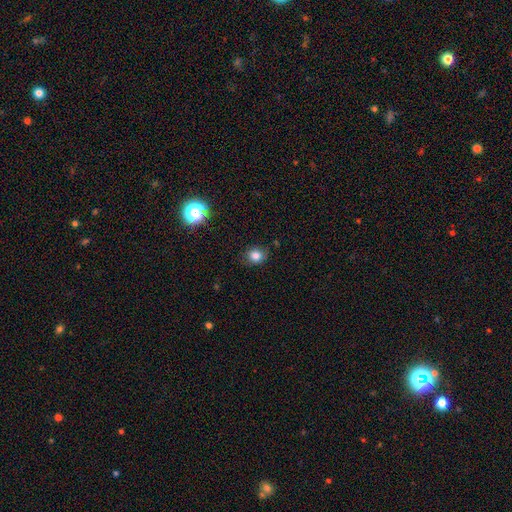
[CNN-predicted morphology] Overall: smooth (81%). How rounded: round (69%; in between 30%). Merging: none (81%).